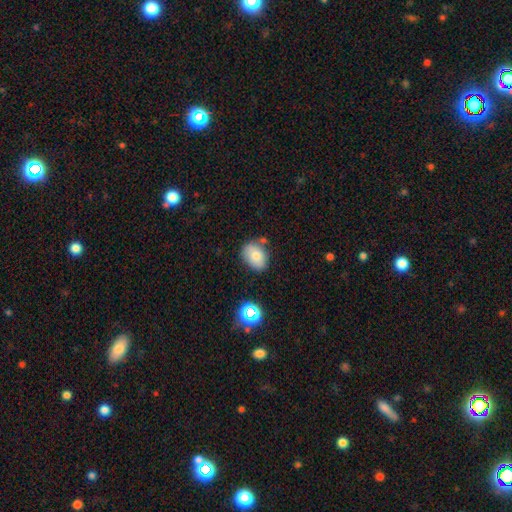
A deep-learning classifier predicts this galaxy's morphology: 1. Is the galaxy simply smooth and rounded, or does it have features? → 76% smooth, 13% featured or disk, 10% star or artifact.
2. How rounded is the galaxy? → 69% in between, 30% round, 1% cigar-shaped.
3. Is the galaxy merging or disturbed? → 72% none, 18% minor disturbance, 7% merger, 4% major disturbance.